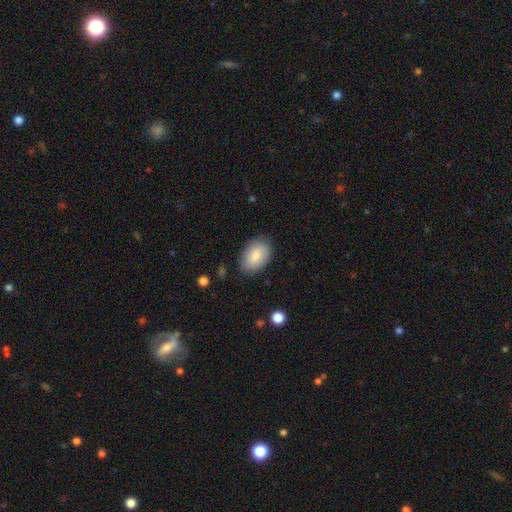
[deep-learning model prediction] Smooth or featured?
  - smooth: 82% *
  - featured or disk: 12%
  - star or artifact: 6%
How rounded?
  - in between: 90% *
  - round: 9%
  - cigar-shaped: 1%
Merging?
  - none: 83% *
  - minor disturbance: 13%
  - major disturbance: 3%
  - merger: 1%